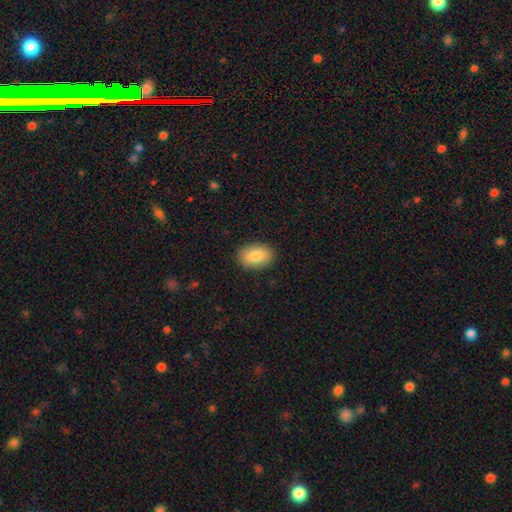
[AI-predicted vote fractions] Overall: smooth (85%). How rounded: in between (87%). Merging: none (89%).